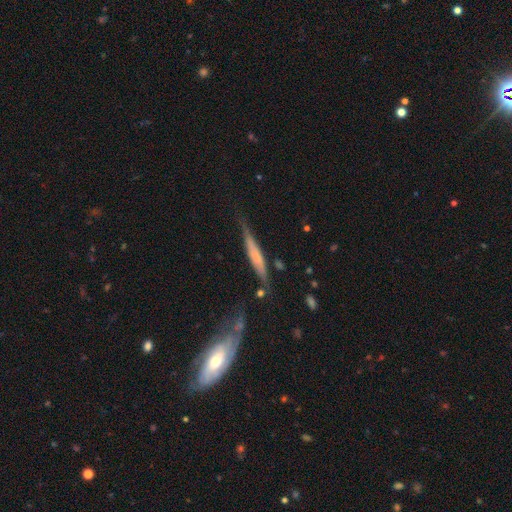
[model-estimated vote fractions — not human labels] featured or disk 49%, smooth 44%, star or artifact 7%. Down the decision tree: merging — none (63%).